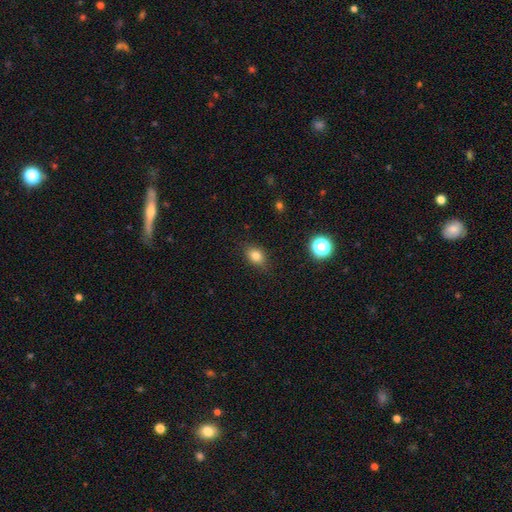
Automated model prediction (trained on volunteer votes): This appears to be a smooth galaxy with no disk features (80%) that is in between round and cigar-shaped (63%). Merging: none (84%).